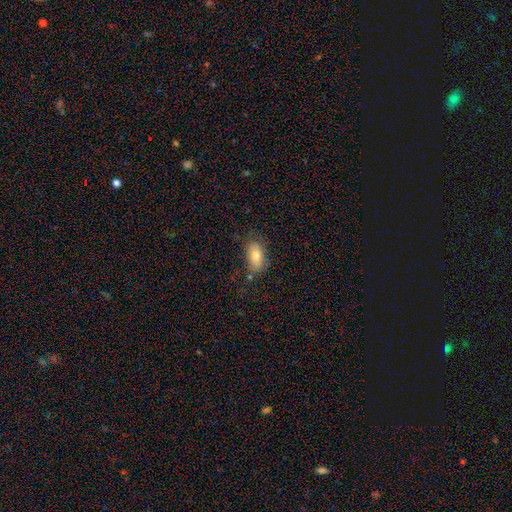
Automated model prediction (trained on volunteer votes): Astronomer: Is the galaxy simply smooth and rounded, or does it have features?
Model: smooth — 77%.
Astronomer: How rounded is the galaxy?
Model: in between — 89%.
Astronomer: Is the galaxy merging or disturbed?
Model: none — 66%.